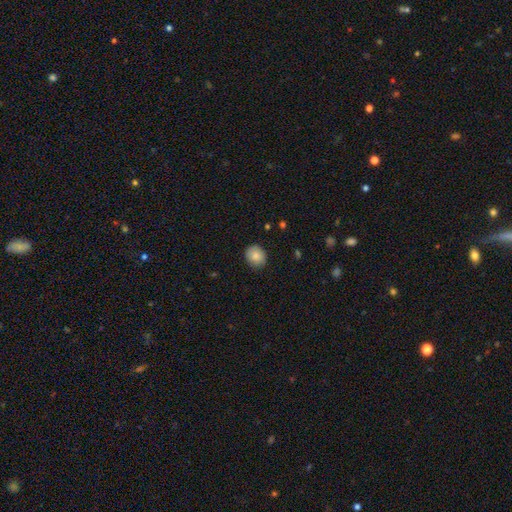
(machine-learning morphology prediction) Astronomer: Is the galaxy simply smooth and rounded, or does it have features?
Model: smooth — 86%.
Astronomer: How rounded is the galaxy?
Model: round — 66%.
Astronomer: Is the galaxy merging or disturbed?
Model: none — 86%.